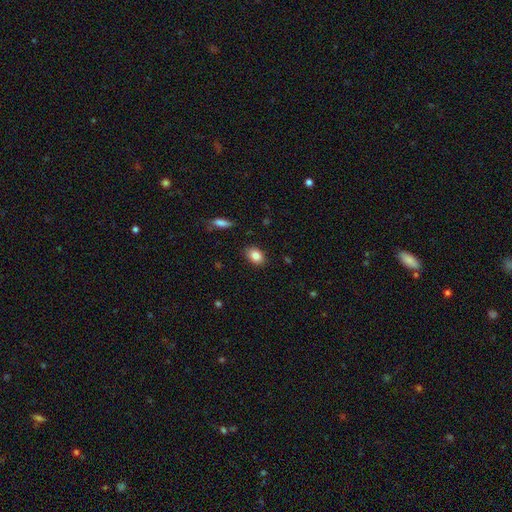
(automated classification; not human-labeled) This is clearly a smooth galaxy (84%). How rounded: likely in between (79%). Merging: clearly none (86%).